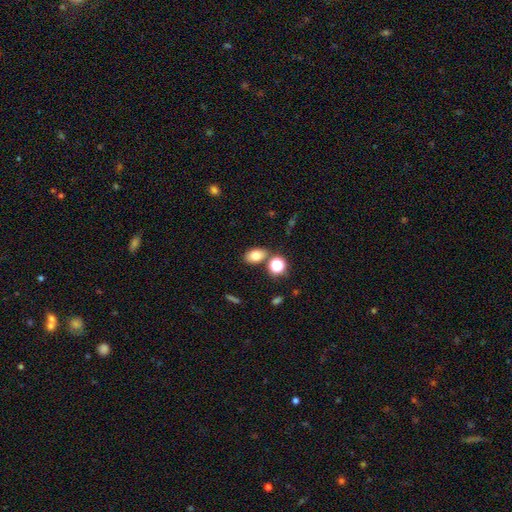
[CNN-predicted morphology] A smooth galaxy with no disk features (77%) that is in between round and cigar-shaped (78%). Merging: none (75%).